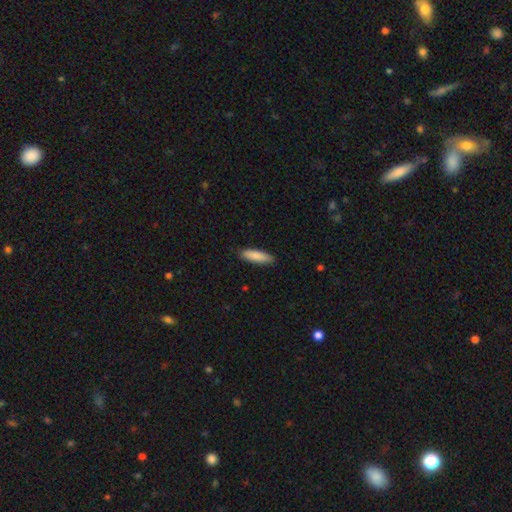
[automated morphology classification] Smooth or featured: smooth — 88% (featured or disk — 7%)
How rounded: cigar-shaped — 63% (in between — 36%)
Merging: none — 88% (minor disturbance — 10%)